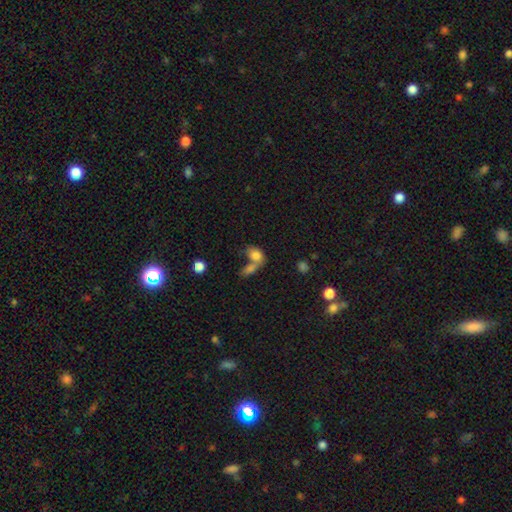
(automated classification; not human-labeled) A smooth galaxy with no disk features (79%) that is in between round and cigar-shaped (83%). Merging: merger (58%).